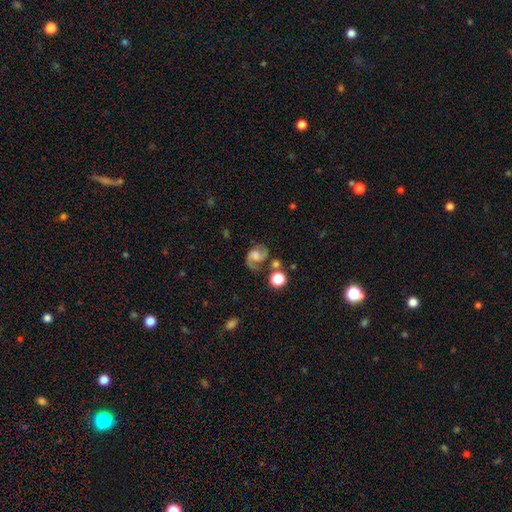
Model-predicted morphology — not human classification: Overall: featured or disk (77%). Edge-on disk: no (98%). Bar: no (56%; weak 36%). Spiral arms: yes (95%). Spiral arm count: 2 (88%). Spiral winding: medium (55%; loose 26%). Bulge size: moderate (33%; large 22%). Merging: none (61%).